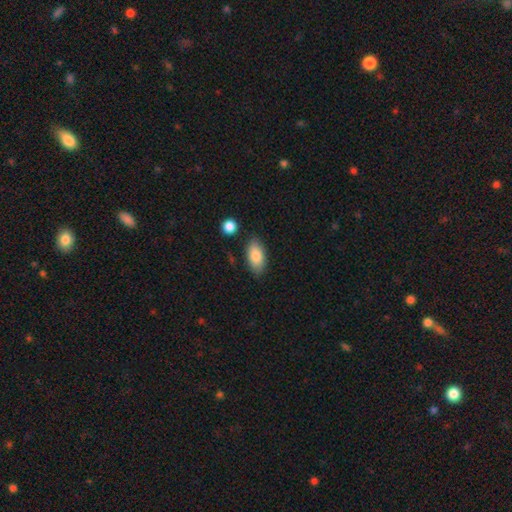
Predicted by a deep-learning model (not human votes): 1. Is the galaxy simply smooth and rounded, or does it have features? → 84% smooth, 10% featured or disk, 6% star or artifact.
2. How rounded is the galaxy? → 93% in between, 4% cigar-shaped, 3% round.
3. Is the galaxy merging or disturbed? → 82% none, 12% minor disturbance, 3% merger, 3% major disturbance.